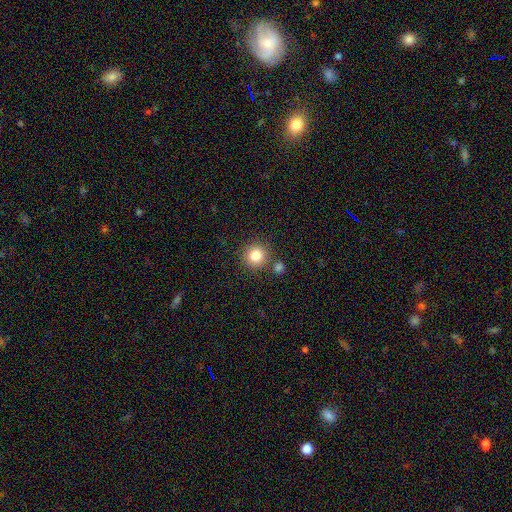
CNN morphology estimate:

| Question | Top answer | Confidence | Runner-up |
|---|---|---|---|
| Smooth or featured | smooth | 83% | star or artifact (11%) |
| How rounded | round | 93% | in between (6%) |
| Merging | none | 81% | merger (9%) |